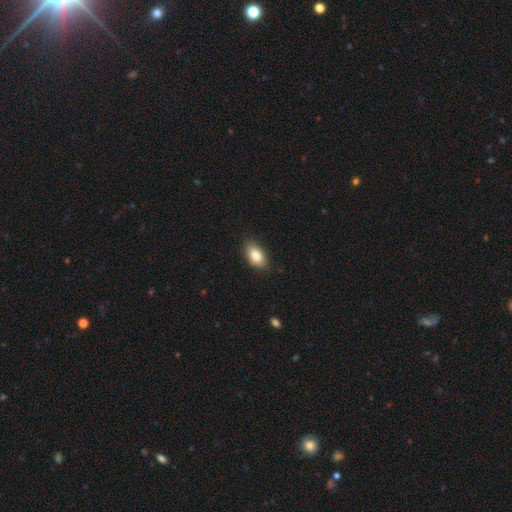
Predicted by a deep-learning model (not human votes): Morphology: type=smooth (84%); roundness=in between (91%); merging=none (84%).